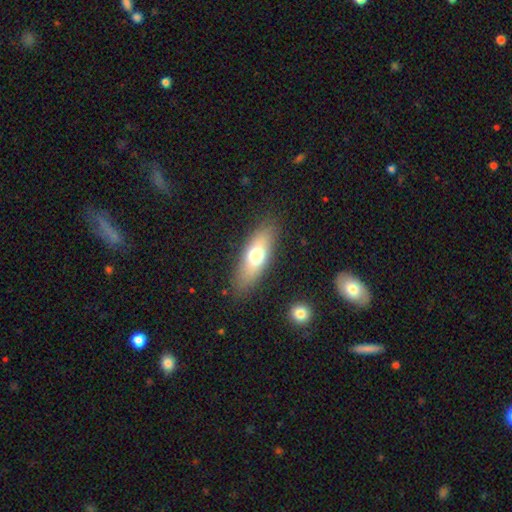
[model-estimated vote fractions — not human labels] Q: Smooth or featured?
A: smooth (65%); runner-up: featured or disk (27%)
Q: How rounded?
A: in between (64%); runner-up: cigar-shaped (33%)
Q: Merging?
A: none (85%); runner-up: minor disturbance (10%)